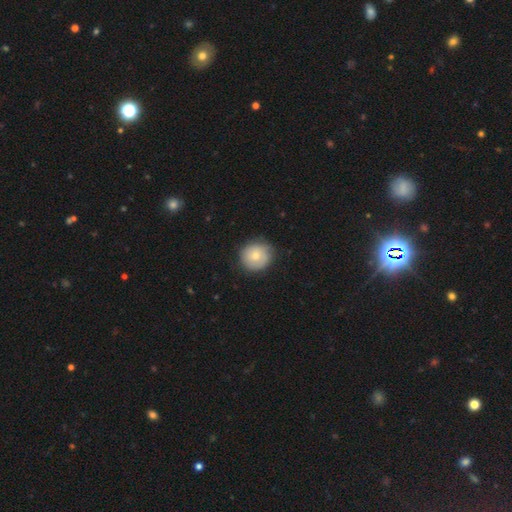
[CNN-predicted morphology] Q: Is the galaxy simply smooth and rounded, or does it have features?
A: smooth — 69%.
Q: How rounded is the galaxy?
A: round — 88%.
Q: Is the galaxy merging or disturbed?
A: none — 78%.